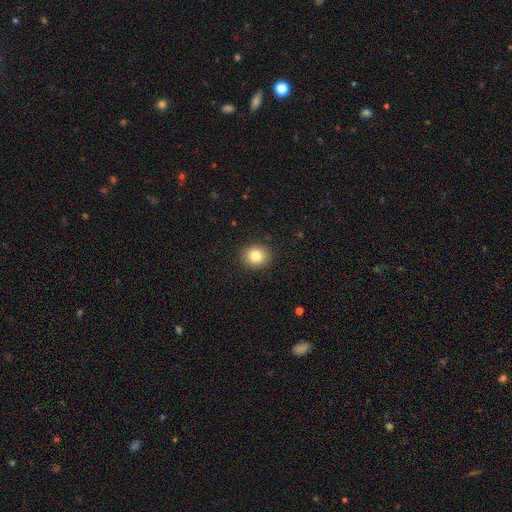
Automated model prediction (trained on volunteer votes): Smooth or featured?
  - smooth: 82% *
  - star or artifact: 10%
  - featured or disk: 8%
How rounded?
  - round: 80% *
  - in between: 20%
  - cigar-shaped: 1%
Merging?
  - none: 91% *
  - minor disturbance: 6%
  - major disturbance: 2%
  - merger: 1%